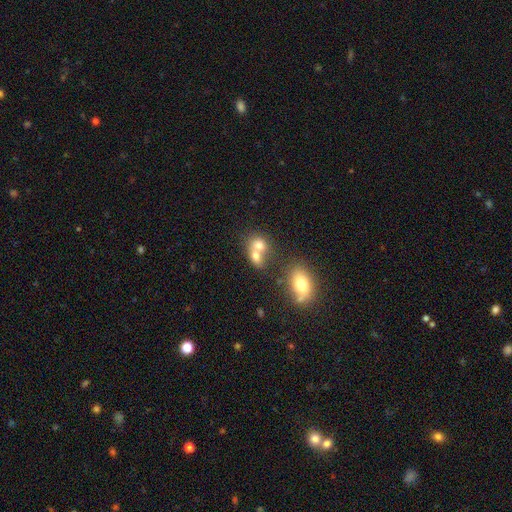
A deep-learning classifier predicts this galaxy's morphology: smooth-or-featured: smooth: 72% | featured or disk: 17% | star or artifact: 11%
  how-rounded: round: 50% | in between: 48% | cigar-shaped: 2%
  merging: merger: 65% | none: 24% | minor disturbance: 7% | major disturbance: 4%